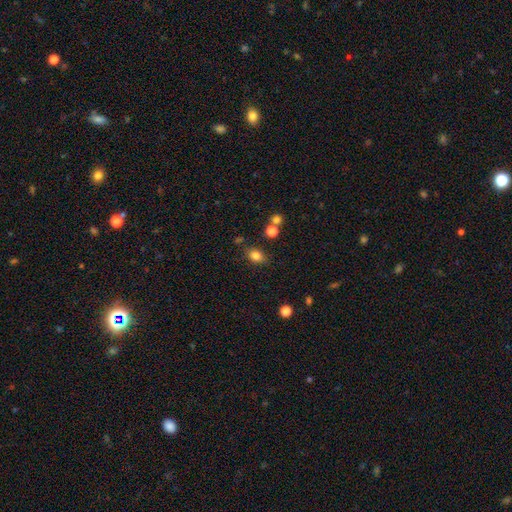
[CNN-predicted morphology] This appears to be a smooth galaxy with no disk features (81%) that is in between round and cigar-shaped (64%). Merging: none (77%).